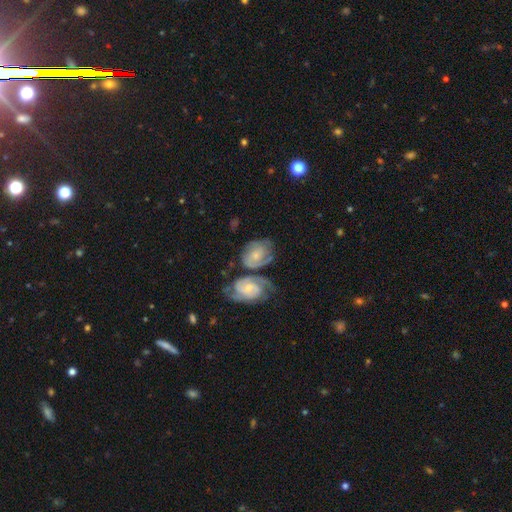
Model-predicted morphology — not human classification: This appears to be a featured or disk galaxy (66%) with no bar (67%), 2 (46%) tight (52%) spiral arms (90%) and a small central bulge (56%). Merging: none (36%).